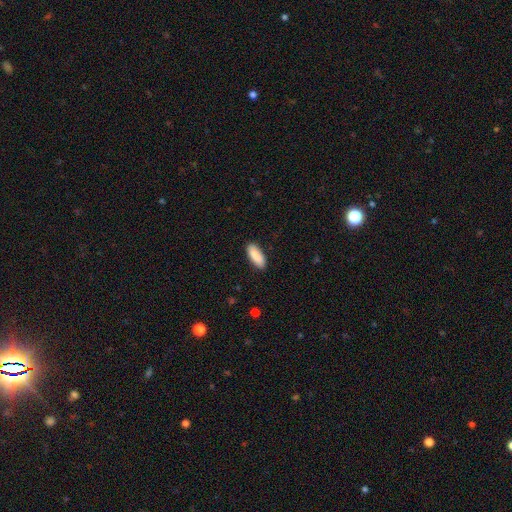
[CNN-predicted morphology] The model was most divided on "how rounded": in between: 72%, cigar-shaped: 27%, round: 2%. More confident: smooth or featured — smooth (89%); merging — none (88%).